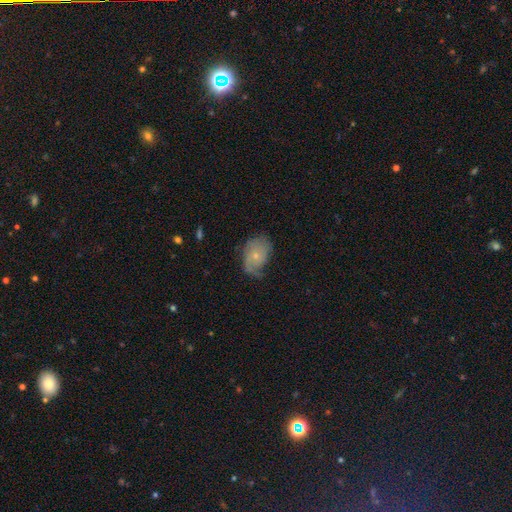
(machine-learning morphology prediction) Q: Smooth or featured?
A: featured or disk (50%); runner-up: smooth (43%)
Q: Merging?
A: none (45%); runner-up: minor disturbance (33%)